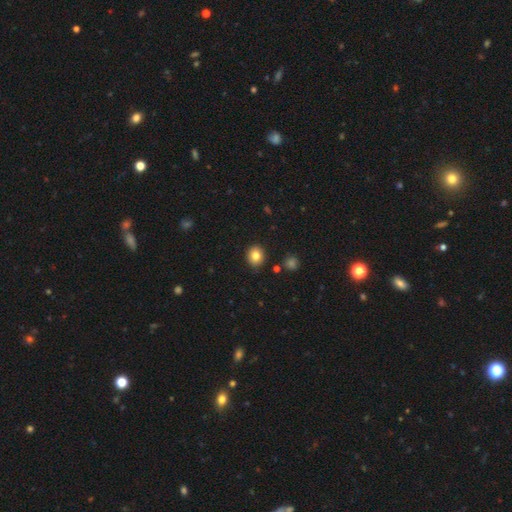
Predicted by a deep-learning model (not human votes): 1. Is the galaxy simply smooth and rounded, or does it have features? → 82% smooth, 10% star or artifact, 8% featured or disk.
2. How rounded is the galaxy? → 77% round, 22% in between, 1% cigar-shaped.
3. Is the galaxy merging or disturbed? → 88% none, 8% minor disturbance, 2% merger, 2% major disturbance.